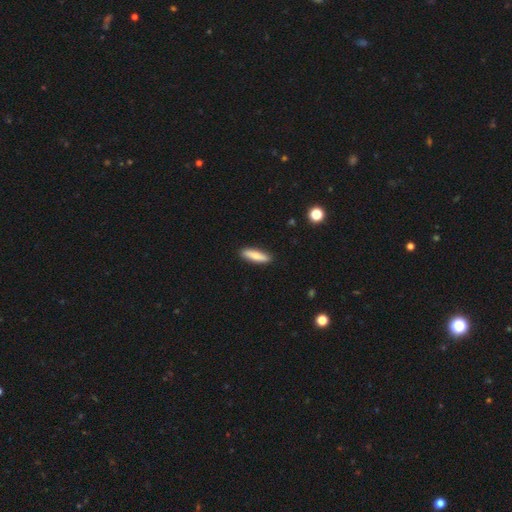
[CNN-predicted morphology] Q: Smooth or featured?
A: smooth (79%); runner-up: featured or disk (16%)
Q: How rounded?
A: cigar-shaped (71%); runner-up: in between (28%)
Q: Merging?
A: none (89%); runner-up: minor disturbance (8%)